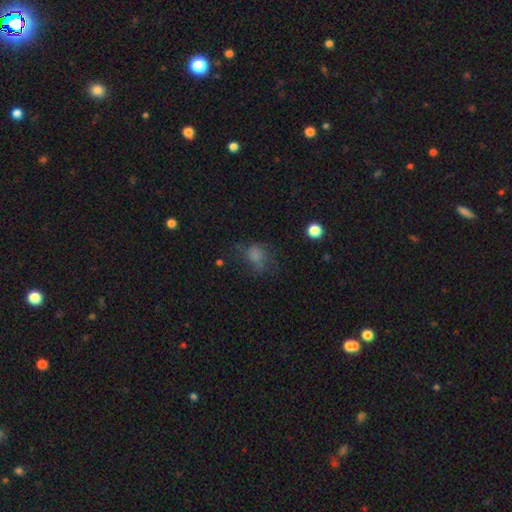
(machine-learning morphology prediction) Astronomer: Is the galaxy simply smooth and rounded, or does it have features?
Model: smooth — 70%.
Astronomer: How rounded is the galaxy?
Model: round — 54% (runner-up: in between, 45%).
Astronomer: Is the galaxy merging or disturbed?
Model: none — 46% (runner-up: major disturbance, 27%).